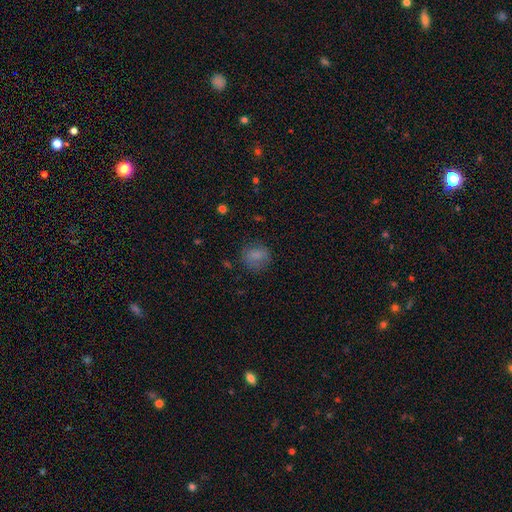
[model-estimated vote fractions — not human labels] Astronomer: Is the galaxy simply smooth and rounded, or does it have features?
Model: smooth — 78%.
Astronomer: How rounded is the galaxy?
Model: round — 68%.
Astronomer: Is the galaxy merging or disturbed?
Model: none — 72%.